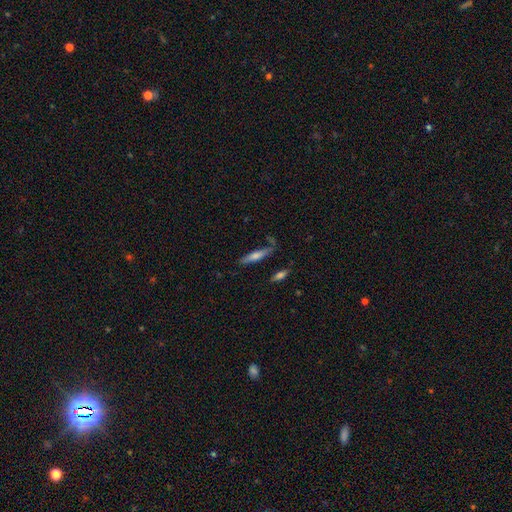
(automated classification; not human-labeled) Smooth or featured: smooth — 58% (featured or disk — 35%)
How rounded: cigar-shaped — 82% (in between — 16%)
Merging: none — 72% (minor disturbance — 17%)